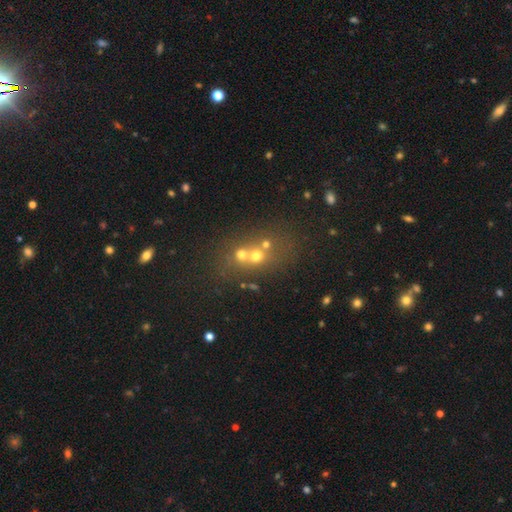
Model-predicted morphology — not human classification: Q: Smooth or featured?
A: smooth (52%); runner-up: featured or disk (24%)
Q: How rounded?
A: round (69%); runner-up: in between (29%)
Q: Merging?
A: merger (52%); runner-up: none (36%)